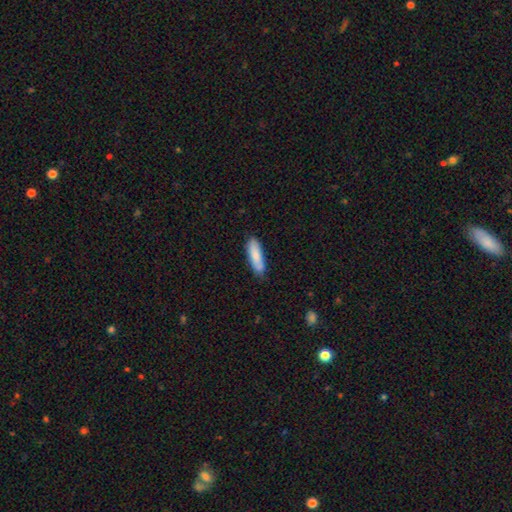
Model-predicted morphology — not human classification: Overall: smooth (83%). How rounded: cigar-shaped (53%; in between 46%). Merging: none (78%).